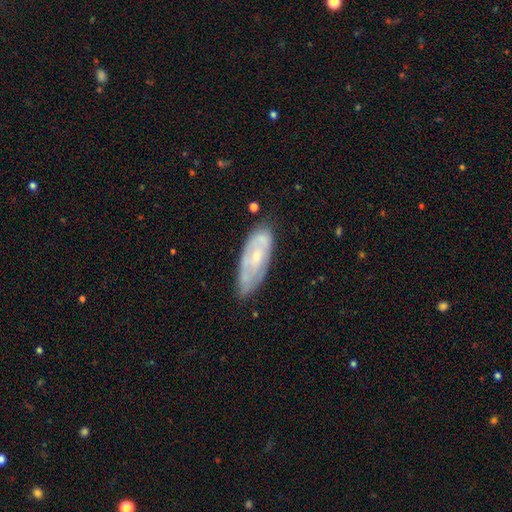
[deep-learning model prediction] featured or disk 59%, smooth 34%, star or artifact 7%. Down the decision tree: edge-on disk — no (85%); bar — no (72%); spiral arms — yes (62%); bulge size — small (63%); merging — none (65%).